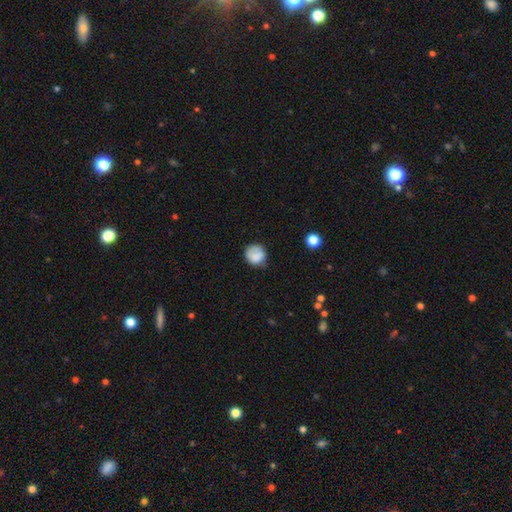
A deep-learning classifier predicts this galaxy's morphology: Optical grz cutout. It shows a smooth galaxy with no disk features (79%) that is round (85%). Merging: none (66%).